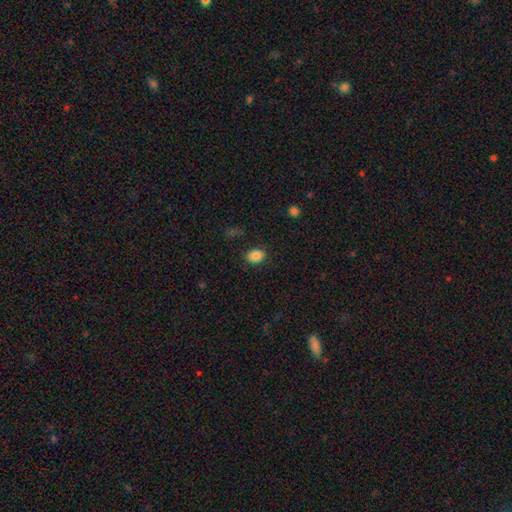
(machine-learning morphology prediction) smooth 85%, star or artifact 9%, featured or disk 6%. Down the decision tree: how rounded — in between (68%); merging — none (86%).